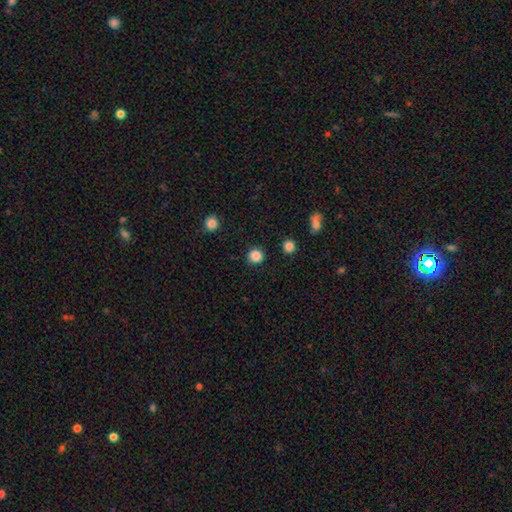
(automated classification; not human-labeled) smooth_or_featured: smooth (p=0.85) [alt: star or artifact p=0.11]
how_rounded: round (p=0.91) [alt: in between p=0.08]
merging: none (p=0.91) [alt: minor disturbance p=0.06]